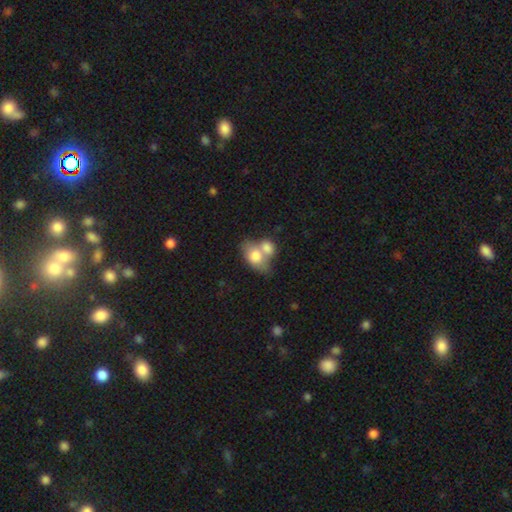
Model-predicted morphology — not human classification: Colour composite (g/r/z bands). It shows a smooth galaxy with no disk features (75%) that is in between round and cigar-shaped (77%). Merging: merger (67%).